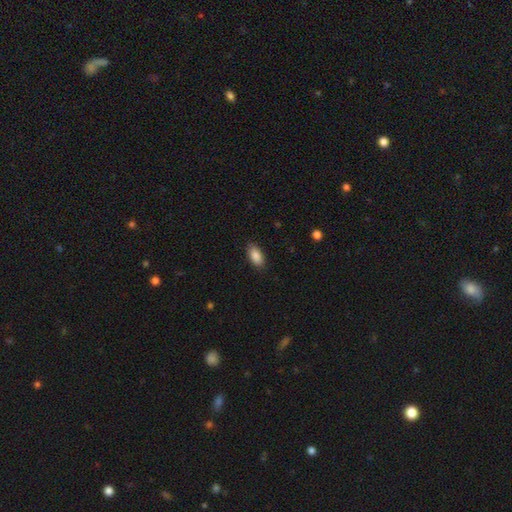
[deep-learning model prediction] Smooth or featured? smooth (89%)
How rounded? in between (92%)
Merging? none (87%)